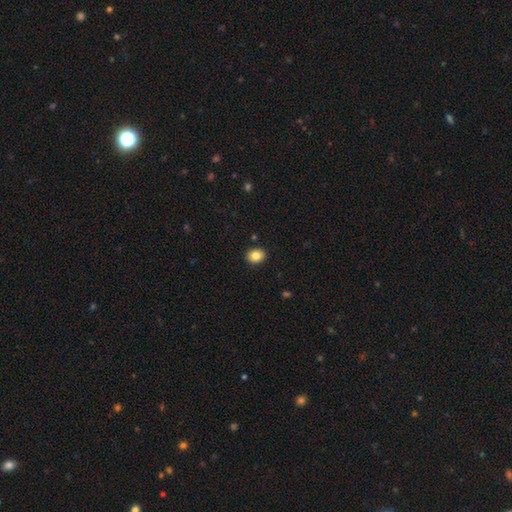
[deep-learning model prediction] Q: Smooth or featured?
A: smooth (84%); runner-up: star or artifact (9%)
Q: How rounded?
A: in between (53%); runner-up: round (46%)
Q: Merging?
A: none (90%); runner-up: minor disturbance (7%)